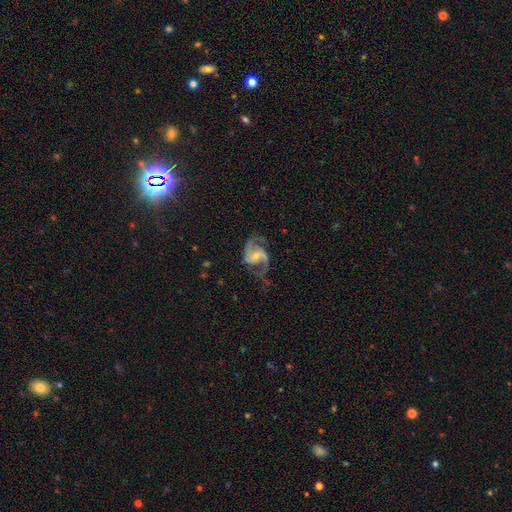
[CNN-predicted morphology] The model was most divided on "bar": no: 43%, weak: 42%, strong: 15%. More confident: edge-on disk — no (98%); spiral arms — yes (97%); spiral arm count — 2 (91%); smooth or featured — featured or disk (89%); merging — none (64%); bulge size — small (55%); spiral winding — medium (50%).